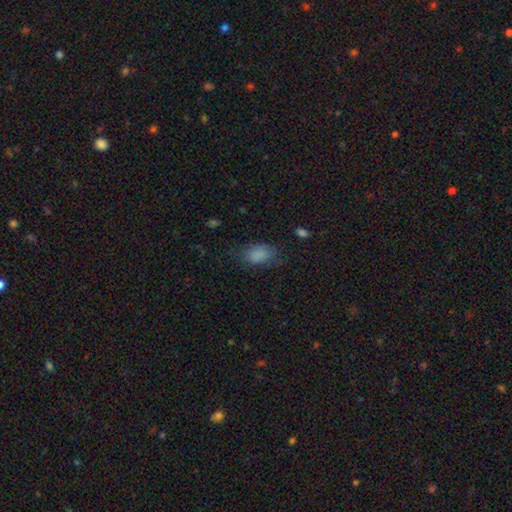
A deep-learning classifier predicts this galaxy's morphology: type=smooth (80%); roundness=in between (84%); merging=none (72%).